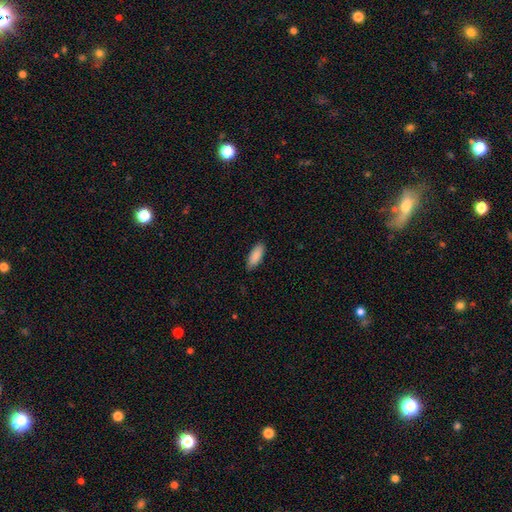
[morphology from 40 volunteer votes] Volunteers were most divided on "merging": none: 63%, minor disturbance: 32%, major disturbance: 5%, merger: 0%. More confident: smooth or featured — smooth (85%); how rounded — in between (79%).